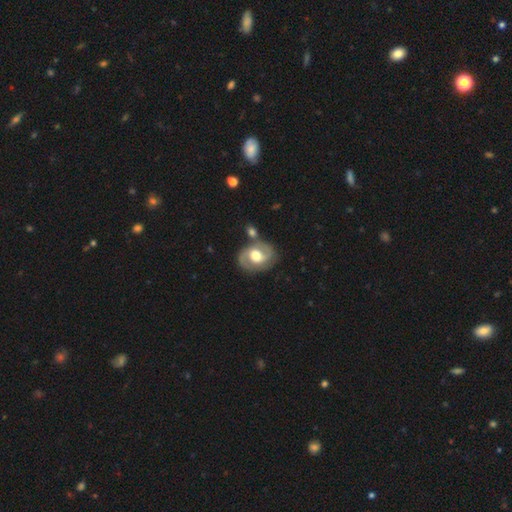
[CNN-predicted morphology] Smooth or featured: featured or disk — 77% (smooth — 18%)
Edge-on disk: no — 97% (yes — 3%)
Bar: no — 44% (weak — 42%)
Spiral arms: yes — 87% (no — 13%)
Spiral winding: medium — 51% (tight — 31%)
Spiral arm count: 2 — 88% (can't tell — 6%)
Bulge size: moderate — 68% (large — 23%)
Merging: none — 67% (minor disturbance — 16%)